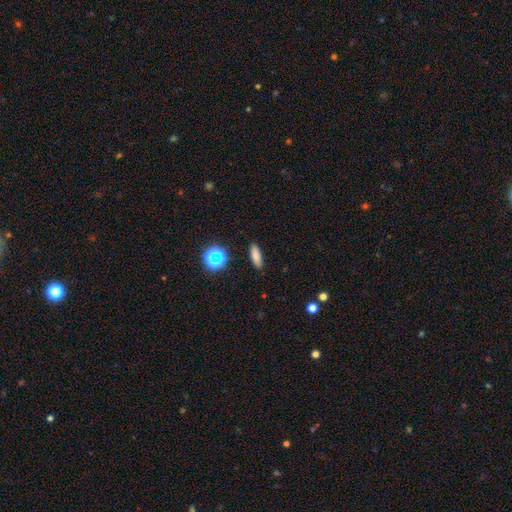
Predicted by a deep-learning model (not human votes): A smooth galaxy with no disk features (79%) that is in between round and cigar-shaped (54%).

Vote fractions:
- Smooth or featured? smooth: 79% / star or artifact: 14% / featured or disk: 7%
- How rounded? in between: 54% / cigar-shaped: 41% / round: 5%
- Merging? none: 89% / minor disturbance: 7% / major disturbance: 2% / merger: 2%